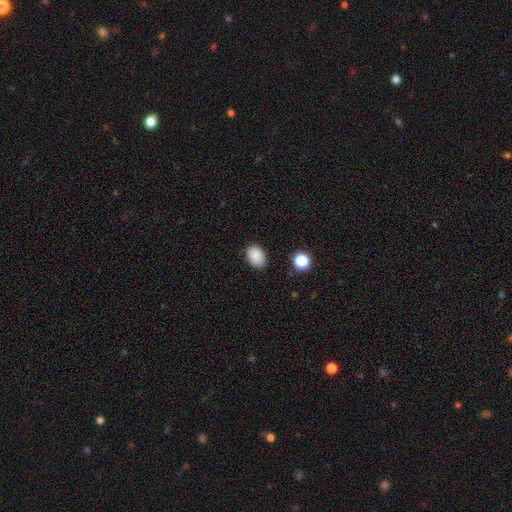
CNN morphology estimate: Q: Smooth or featured?
A: smooth (87%); runner-up: star or artifact (9%)
Q: How rounded?
A: in between (72%); runner-up: round (27%)
Q: Merging?
A: none (85%); runner-up: minor disturbance (11%)